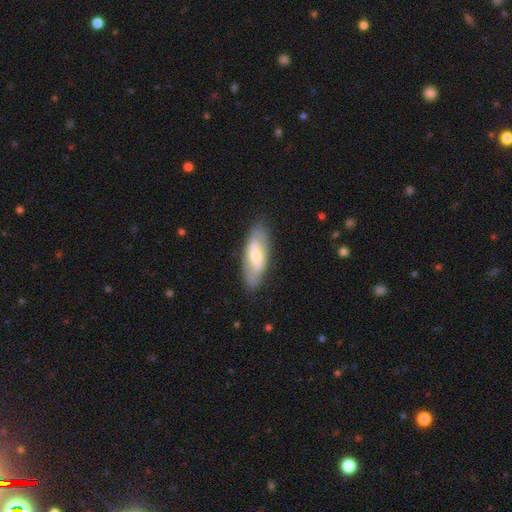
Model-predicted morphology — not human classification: featured or disk 50%, smooth 44%, star or artifact 6%. Down the decision tree: edge-on disk — no (78%); merging — none (82%).